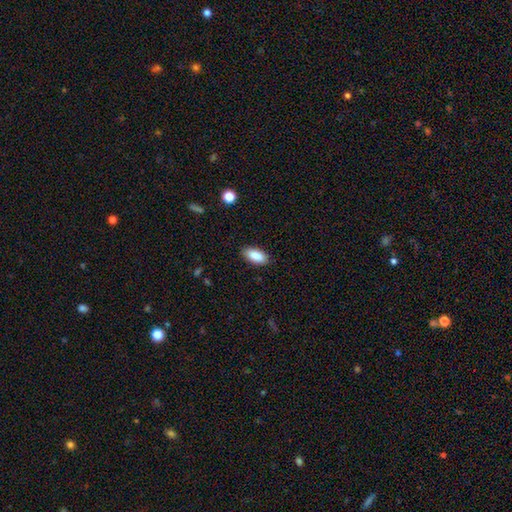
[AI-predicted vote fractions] A smooth galaxy with no disk features (89%) that is in between round and cigar-shaped (91%).

Vote fractions:
- Smooth or featured? smooth: 89% / star or artifact: 7% / featured or disk: 4%
- How rounded? in between: 91% / cigar-shaped: 7% / round: 2%
- Merging? none: 87% / minor disturbance: 10% / major disturbance: 2% / merger: 1%